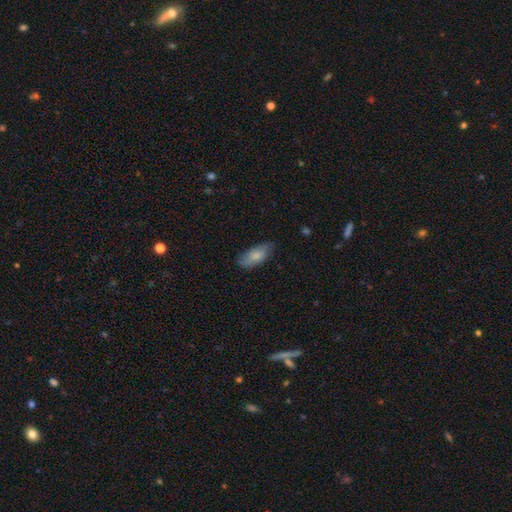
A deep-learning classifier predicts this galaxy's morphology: The model was most divided on "merging": none: 71%, minor disturbance: 23%, major disturbance: 5%, merger: 1%. More confident: how rounded — in between (88%); smooth or featured — smooth (75%).